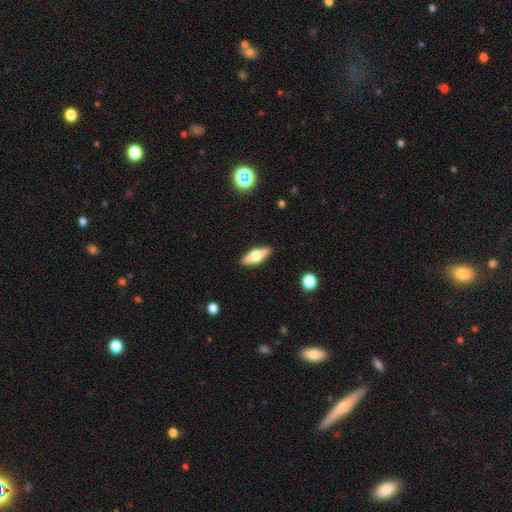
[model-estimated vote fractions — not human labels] This is possibly a featured or disk galaxy (47%). Merging: clearly none (89%).